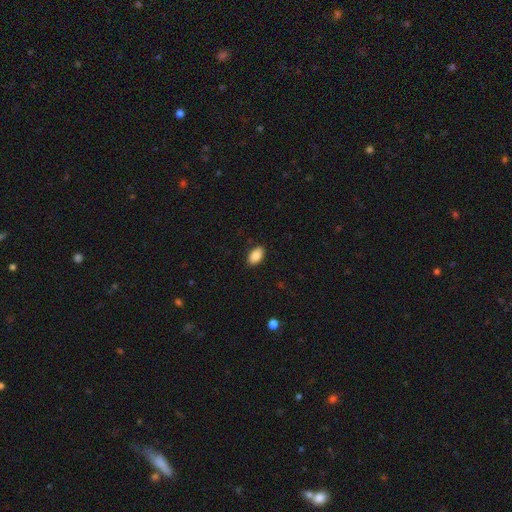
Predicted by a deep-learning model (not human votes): smooth-or-featured: smooth: 87% | star or artifact: 7% | featured or disk: 6%
  how-rounded: in between: 93% | round: 6% | cigar-shaped: 2%
  merging: none: 88% | minor disturbance: 9% | major disturbance: 2% | merger: 1%